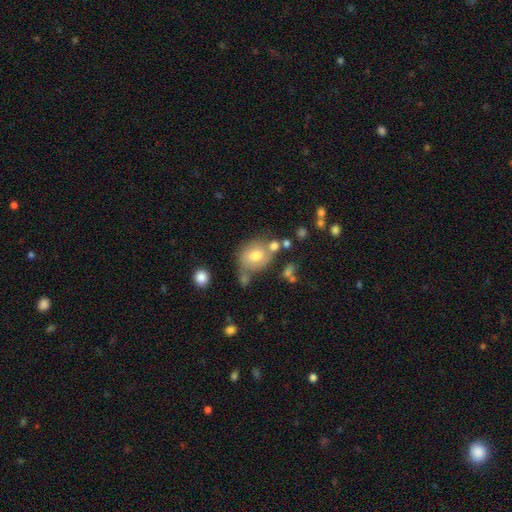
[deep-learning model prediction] smooth-or-featured: smooth: 67% | featured or disk: 23% | star or artifact: 10%
  how-rounded: round: 58% | in between: 41% | cigar-shaped: 1%
  merging: none: 53% | merger: 20% | minor disturbance: 19% | major disturbance: 8%